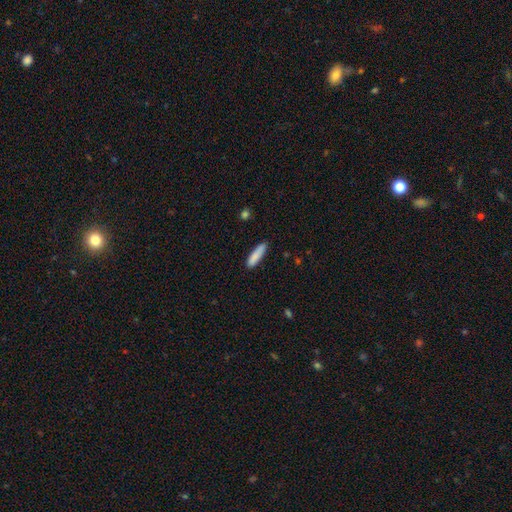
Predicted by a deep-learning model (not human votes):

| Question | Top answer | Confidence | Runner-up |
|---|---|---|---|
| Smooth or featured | smooth | 87% | featured or disk (7%) |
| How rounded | cigar-shaped | 75% | in between (24%) |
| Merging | none | 86% | minor disturbance (11%) |